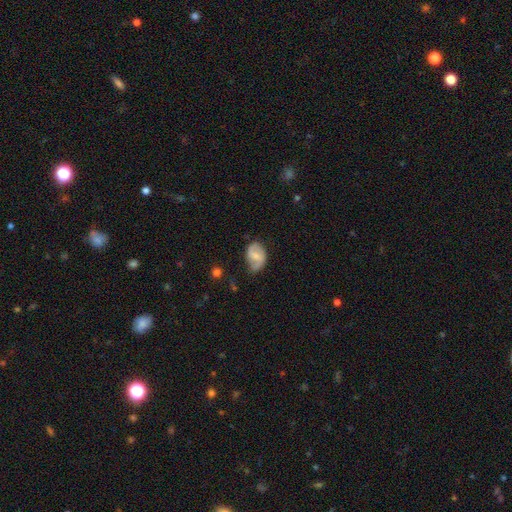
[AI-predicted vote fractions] A featured or disk galaxy (53%) with a weak bar (51%), spiral arms (82%) and a small central bulge (41%).

Vote fractions:
- Smooth or featured? featured or disk: 53% / smooth: 40% / star or artifact: 7%
- Edge-on disk? no: 97% / yes: 3%
- Bar? weak: 51% / no: 31% / strong: 18%
- Spiral arms? yes: 82% / no: 18%
- Bulge size? small: 41% / moderate: 37% / none: 16% / large: 4% / dominant: 1%
- Merging? none: 59% / minor disturbance: 30% / major disturbance: 9% / merger: 2%